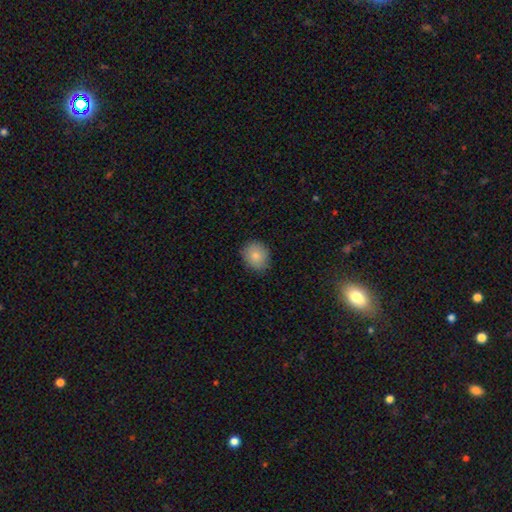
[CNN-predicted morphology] smooth 83%, star or artifact 9%, featured or disk 8%. Down the decision tree: how rounded — round (73%); merging — none (85%).